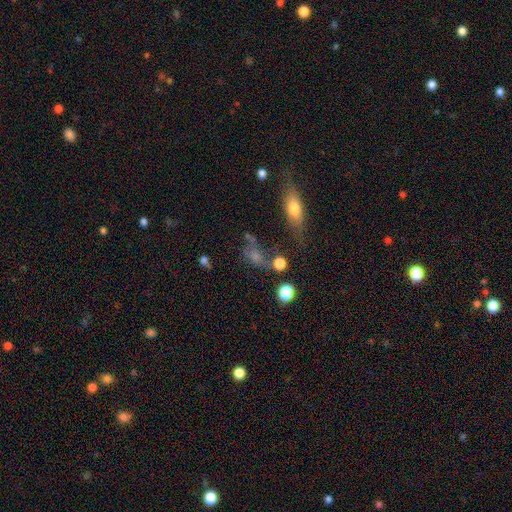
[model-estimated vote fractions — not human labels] Smooth or featured: smooth — 61% (star or artifact — 20%)
How rounded: in between — 52% (round — 40%)
Merging: none — 45% (merger — 20%)